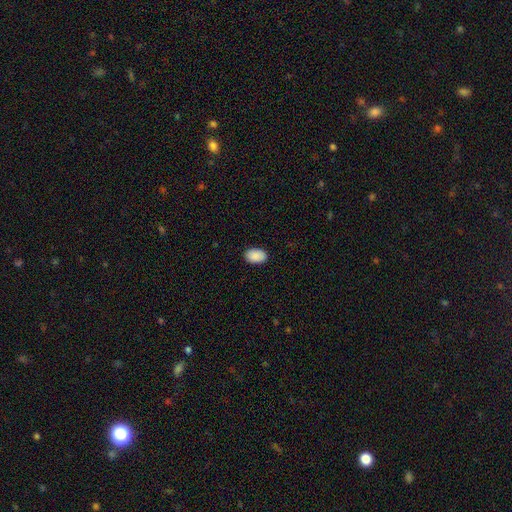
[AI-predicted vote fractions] Q: Smooth or featured?
A: smooth (90%); runner-up: star or artifact (6%)
Q: How rounded?
A: in between (91%); runner-up: round (8%)
Q: Merging?
A: none (88%); runner-up: minor disturbance (9%)